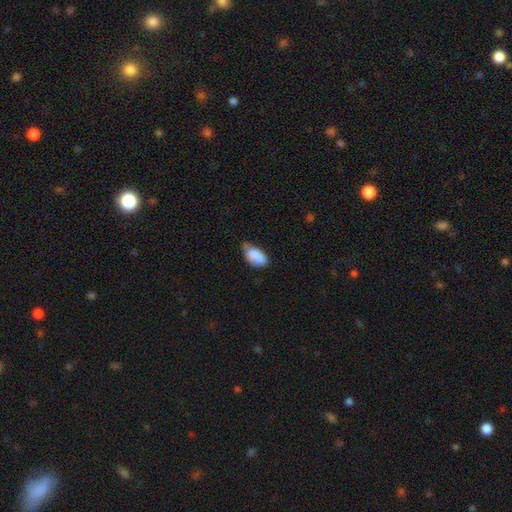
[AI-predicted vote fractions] Q: Smooth or featured?
A: smooth (84%); runner-up: featured or disk (9%)
Q: How rounded?
A: in between (92%); runner-up: round (4%)
Q: Merging?
A: minor disturbance (43%); tied with: none (43%)